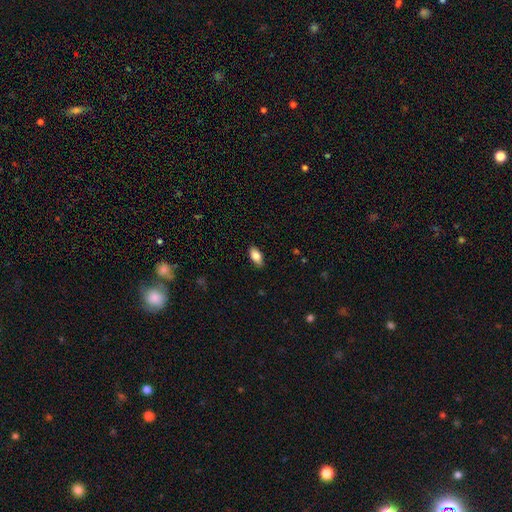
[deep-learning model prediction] The model was most divided on "smooth or featured": smooth: 85%, featured or disk: 8%, star or artifact: 7%. More confident: how rounded — in between (91%); merging — none (87%).